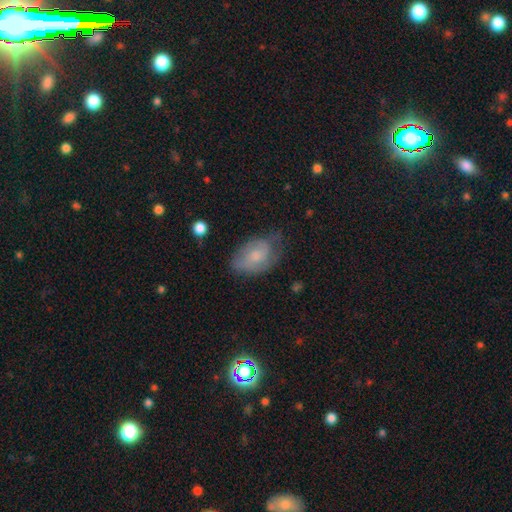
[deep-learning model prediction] This appears to be a smooth galaxy with no disk features (55%) that is in between round and cigar-shaped (88%). Merging: none (54%).